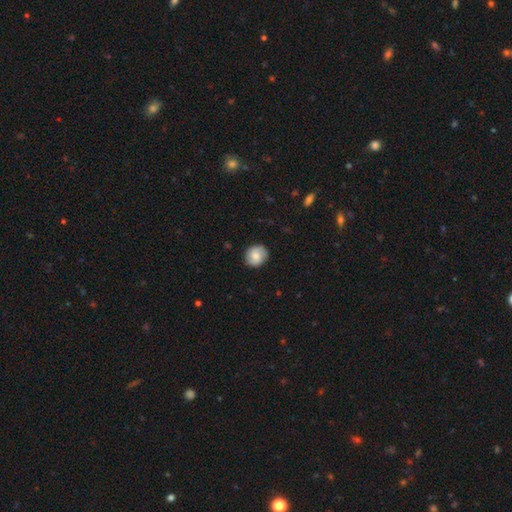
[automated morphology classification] smooth_or_featured: smooth (p=0.68) [alt: featured or disk p=0.24]
how_rounded: round (p=0.82) [alt: in between p=0.17]
merging: none (p=0.86) [alt: minor disturbance p=0.10]